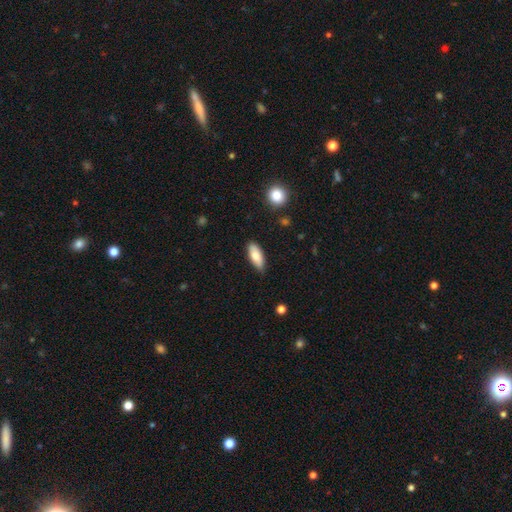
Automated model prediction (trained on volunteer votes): Smooth or featured?
  - smooth: 79% *
  - featured or disk: 15%
  - star or artifact: 6%
How rounded?
  - in between: 79% *
  - cigar-shaped: 19%
  - round: 2%
Merging?
  - none: 83% *
  - minor disturbance: 13%
  - major disturbance: 2%
  - merger: 1%